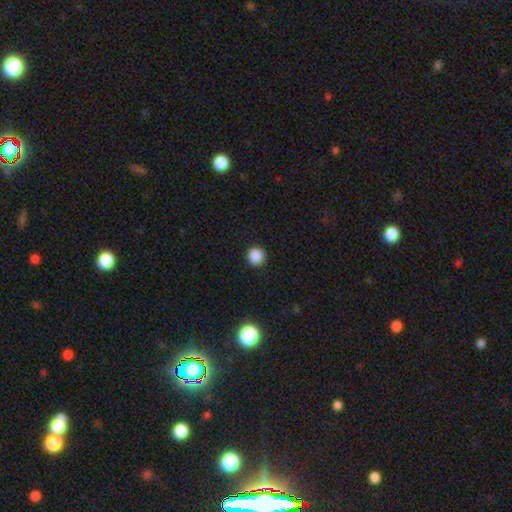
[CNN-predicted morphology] smooth 87%, star or artifact 11%, featured or disk 2%. Down the decision tree: how rounded — round (95%); merging — none (93%).